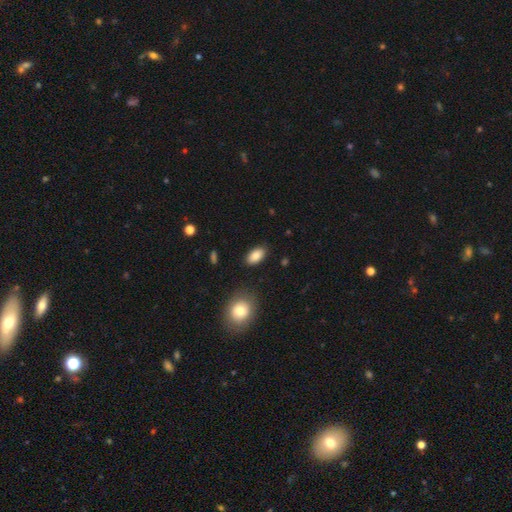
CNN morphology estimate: Q: Smooth or featured?
A: smooth (86%); runner-up: star or artifact (8%)
Q: How rounded?
A: in between (92%); runner-up: round (5%)
Q: Merging?
A: none (87%); runner-up: minor disturbance (9%)